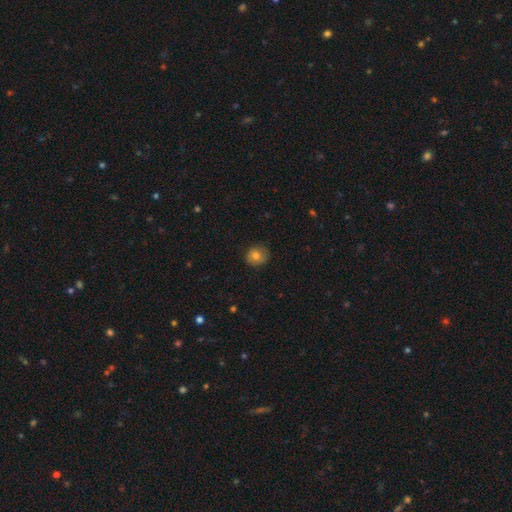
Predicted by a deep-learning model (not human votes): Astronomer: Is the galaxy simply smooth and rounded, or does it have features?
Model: smooth — 76%.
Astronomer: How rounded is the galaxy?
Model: round — 81%.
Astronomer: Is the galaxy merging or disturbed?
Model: none — 82%.